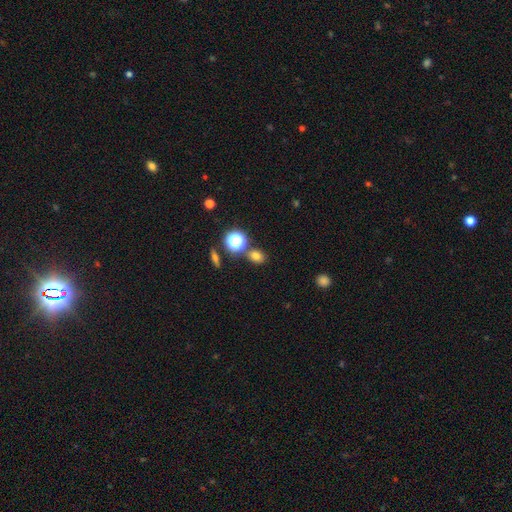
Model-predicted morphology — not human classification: smooth 73%, star or artifact 19%, featured or disk 8%. Down the decision tree: how rounded — round (49%, tied with in between); merging — none (76%).